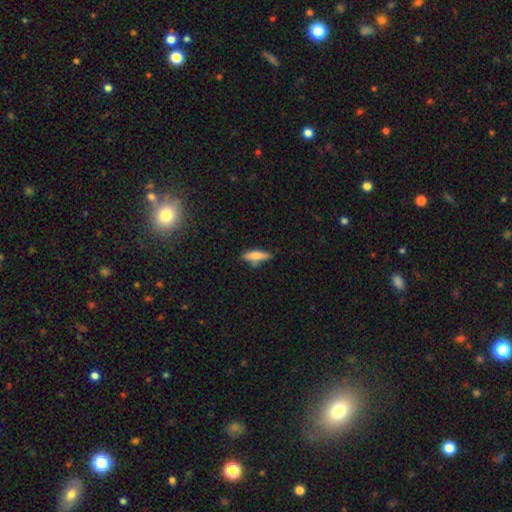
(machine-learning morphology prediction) A smooth galaxy with no disk features (70%) that is cigar-shaped (63%).

Vote fractions:
- Smooth or featured? smooth: 70% / featured or disk: 23% / star or artifact: 7%
- How rounded? cigar-shaped: 63% / in between: 35% / round: 2%
- Merging? none: 69% / minor disturbance: 21% / merger: 6% / major disturbance: 4%